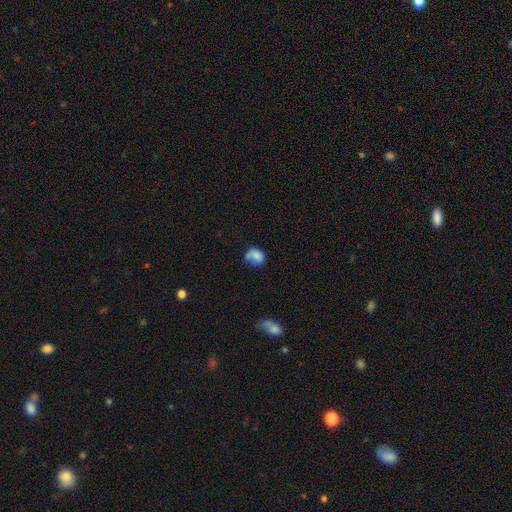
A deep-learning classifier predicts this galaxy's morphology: The model was most divided on "merging": none: 41%, minor disturbance: 30%, major disturbance: 17%, merger: 12%. More confident: smooth or featured — smooth (75%); how rounded — in between (58%).